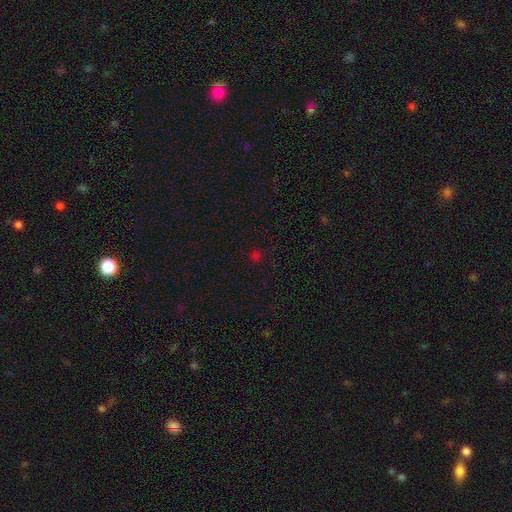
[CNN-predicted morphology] smooth-or-featured: smooth: 53% | star or artifact: 42% | featured or disk: 5%
  how-rounded: round: 85% | in between: 14% | cigar-shaped: 1%
  merging: none: 81% | minor disturbance: 11% | major disturbance: 4% | merger: 4%